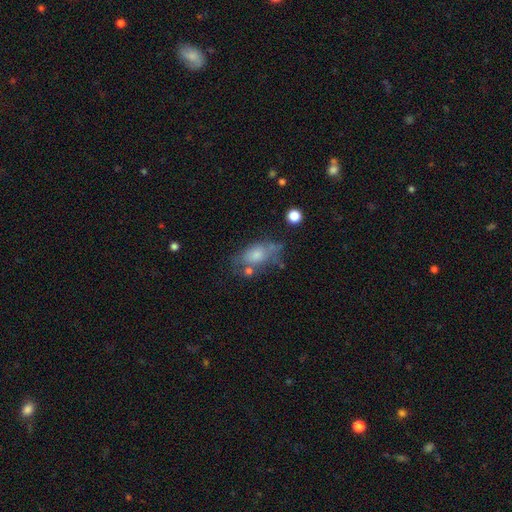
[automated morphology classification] smooth-or-featured: smooth: 59% | featured or disk: 28% | star or artifact: 13%
  how-rounded: in between: 82% | round: 10% | cigar-shaped: 8%
  merging: none: 50% | minor disturbance: 25% | major disturbance: 15% | merger: 10%